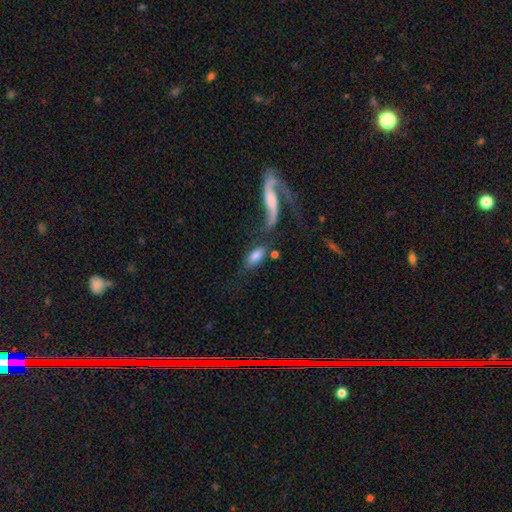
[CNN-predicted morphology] Smooth or featured? Predicted: smooth (p=0.76). How rounded? Predicted: in between (p=0.82). Merging? Predicted: none (p=0.52).